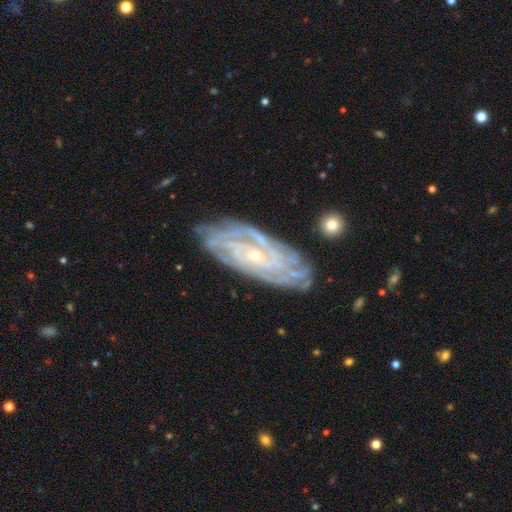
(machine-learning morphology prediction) featured or disk 89%, star or artifact 6%, smooth 6%. Down the decision tree: edge-on disk — no (93%); bar — no (60%); spiral arms — yes (97%); spiral arm count — can't tell (29%); spiral winding — tight (80%); bulge size — small (77%); merging — none (79%).